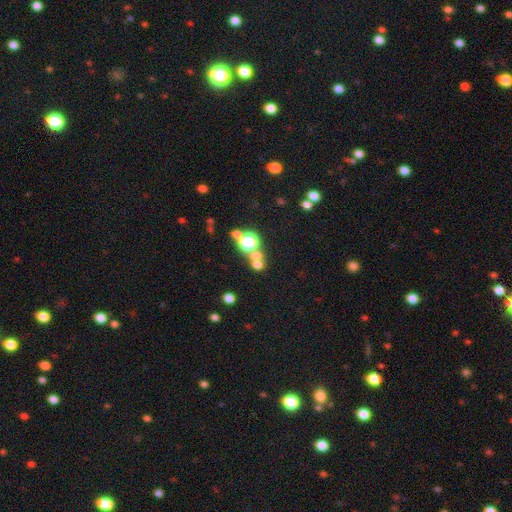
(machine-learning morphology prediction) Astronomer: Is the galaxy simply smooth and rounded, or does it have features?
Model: smooth — 54% (runner-up: star or artifact, 34%).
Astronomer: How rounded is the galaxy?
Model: round — 83%.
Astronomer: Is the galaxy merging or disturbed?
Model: none — 52% (runner-up: merger, 36%).